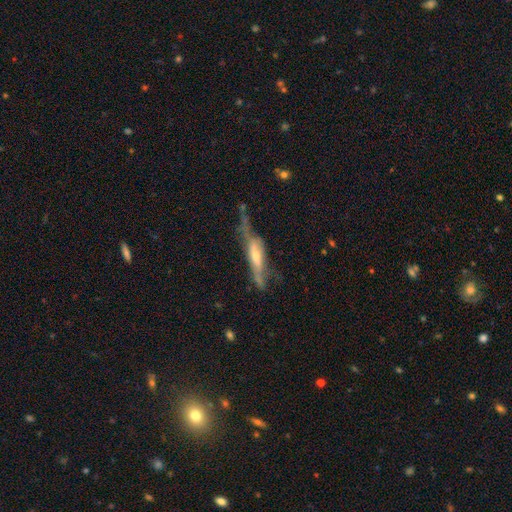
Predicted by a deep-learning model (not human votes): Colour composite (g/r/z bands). It shows a featured or disk galaxy (69%) viewed edge-on (72%). Merging: none (38%).